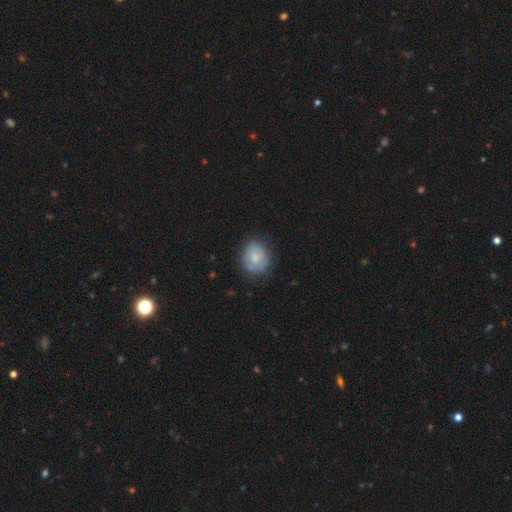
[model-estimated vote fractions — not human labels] Smooth or featured?
  - smooth: 66% *
  - featured or disk: 26%
  - star or artifact: 8%
How rounded?
  - round: 64% *
  - in between: 35%
  - cigar-shaped: 1%
Merging?
  - none: 69% *
  - minor disturbance: 22%
  - major disturbance: 7%
  - merger: 2%